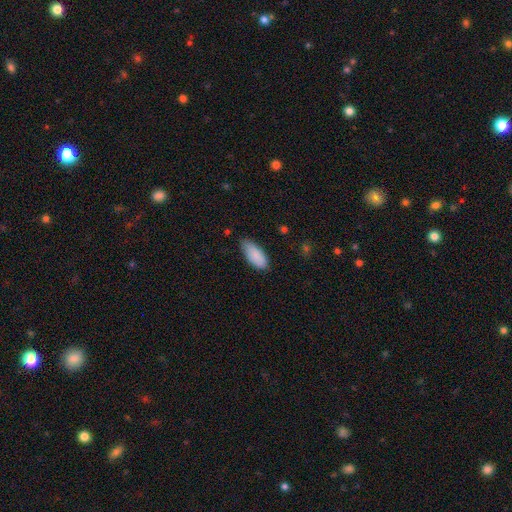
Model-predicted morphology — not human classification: smooth 88%, star or artifact 6%, featured or disk 5%. Down the decision tree: how rounded — in between (87%); merging — none (66%).